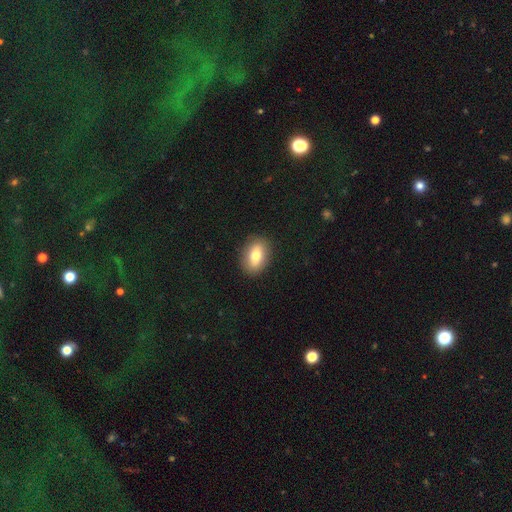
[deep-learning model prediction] A smooth galaxy with no disk features (74%) that is in between round and cigar-shaped (80%).

Vote fractions:
- Smooth or featured? smooth: 74% / featured or disk: 18% / star or artifact: 8%
- How rounded? in between: 80% / round: 18% / cigar-shaped: 2%
- Merging? none: 89% / minor disturbance: 8% / major disturbance: 2% / merger: 1%